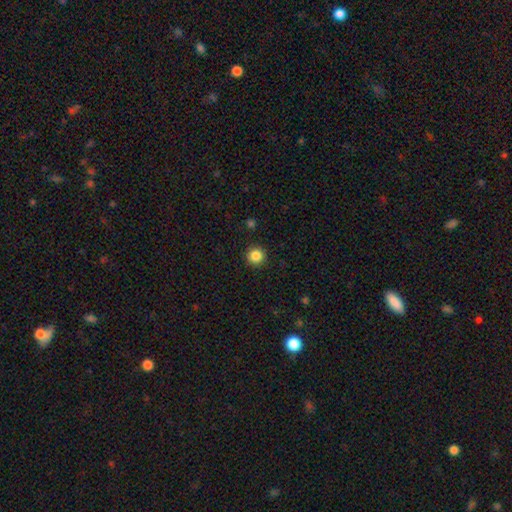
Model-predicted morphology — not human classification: This is clearly a smooth galaxy (86%). How rounded: clearly round (95%). Merging: clearly none (92%).